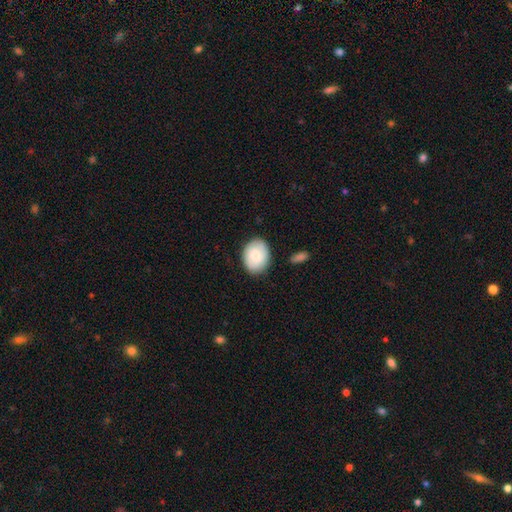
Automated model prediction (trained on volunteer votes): Overall: smooth (64%; featured or disk 29%). How rounded: in between (60%; round 39%). Merging: none (81%).